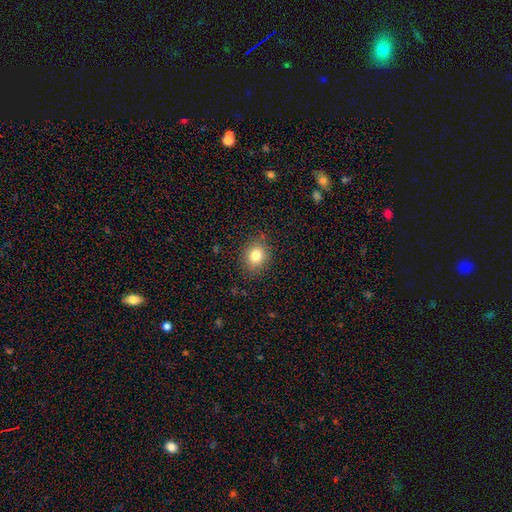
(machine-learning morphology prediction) A smooth galaxy with no disk features (82%) that is round (67%).

Vote fractions:
- Smooth or featured? smooth: 82% / star or artifact: 11% / featured or disk: 7%
- How rounded? round: 67% / in between: 32% / cigar-shaped: 1%
- Merging? none: 85% / minor disturbance: 10% / major disturbance: 3% / merger: 1%